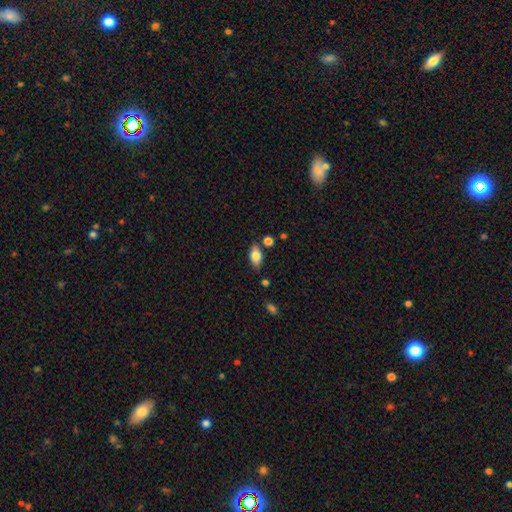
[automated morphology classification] This is likely a smooth galaxy (75%). How rounded: clearly in between (88%). Merging: likely none (78%).